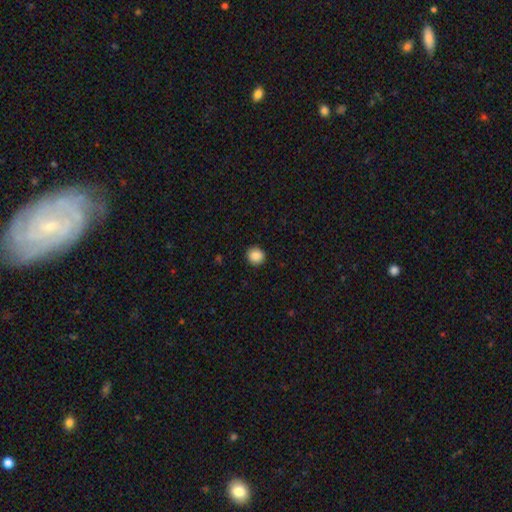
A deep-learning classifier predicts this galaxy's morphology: A smooth galaxy with no disk features (88%) that is round (89%). Merging: none (92%).